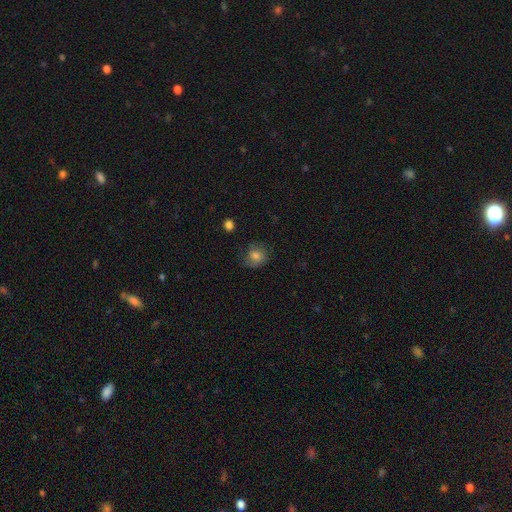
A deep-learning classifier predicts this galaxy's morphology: smooth 73%, featured or disk 17%, star or artifact 9%. Down the decision tree: how rounded — round (74%); merging — none (63%).